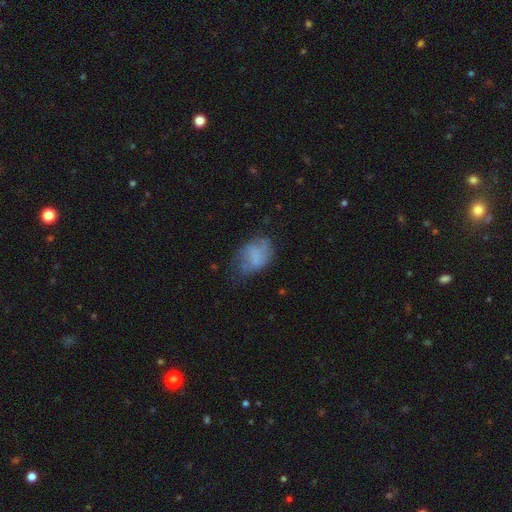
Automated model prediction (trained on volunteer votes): A smooth galaxy with no disk features (51%) that is in between round and cigar-shaped (81%).

Vote fractions:
- Smooth or featured? smooth: 51% / featured or disk: 39% / star or artifact: 10%
- How rounded? in between: 81% / round: 17% / cigar-shaped: 2%
- Merging? none: 41% / minor disturbance: 33% / major disturbance: 22% / merger: 3%